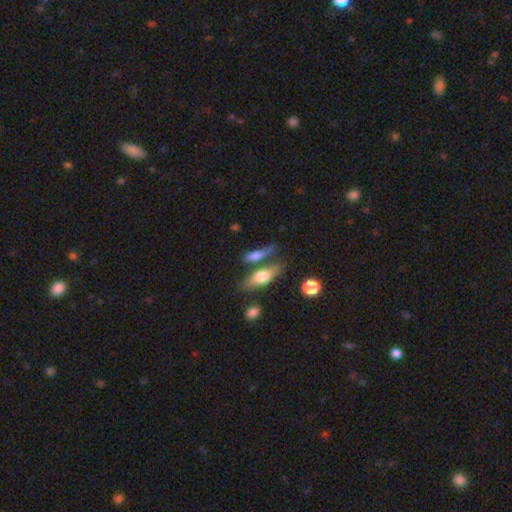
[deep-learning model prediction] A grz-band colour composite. It shows a smooth galaxy with no disk features (66%) that is cigar-shaped (48%). Merging: none (58%).